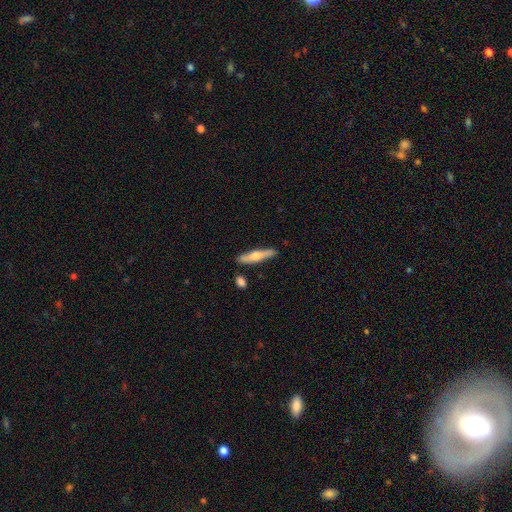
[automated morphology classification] The model was most divided on "smooth or featured": smooth: 55%, featured or disk: 39%, star or artifact: 5%. More confident: how rounded — cigar-shaped (83%); merging — none (82%).